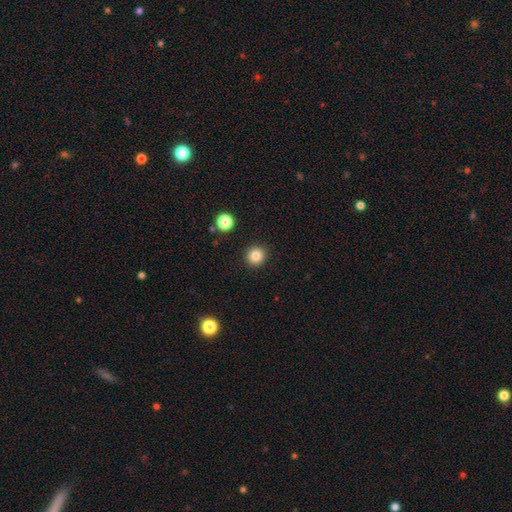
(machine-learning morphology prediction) A smooth galaxy with no disk features (83%) that is round (94%).

Vote fractions:
- Smooth or featured? smooth: 83% / star or artifact: 11% / featured or disk: 5%
- How rounded? round: 94% / in between: 5% / cigar-shaped: 1%
- Merging? none: 92% / minor disturbance: 5% / major disturbance: 2% / merger: 1%